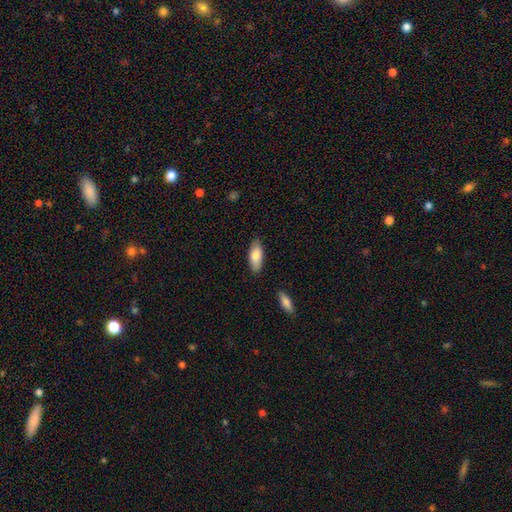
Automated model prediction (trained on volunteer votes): Smooth or featured? Predicted: smooth (p=0.84). How rounded? Predicted: in between (p=0.83). Merging? Predicted: none (p=0.83).